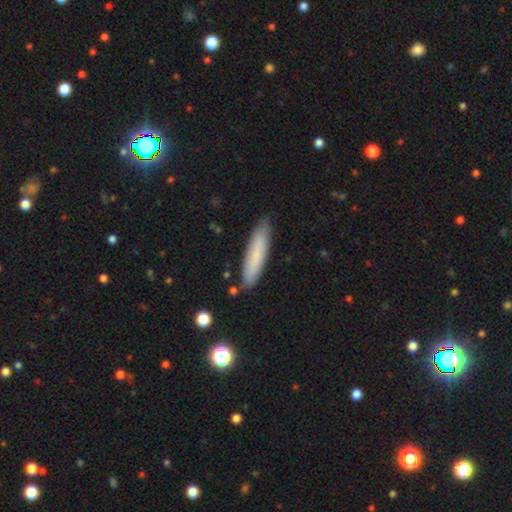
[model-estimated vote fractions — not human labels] A smooth galaxy with no disk features (78%) that is cigar-shaped (84%).

Vote fractions:
- Smooth or featured? smooth: 78% / featured or disk: 15% / star or artifact: 7%
- How rounded? cigar-shaped: 84% / in between: 15% / round: 1%
- Merging? none: 86% / minor disturbance: 10% / merger: 2% / major disturbance: 2%